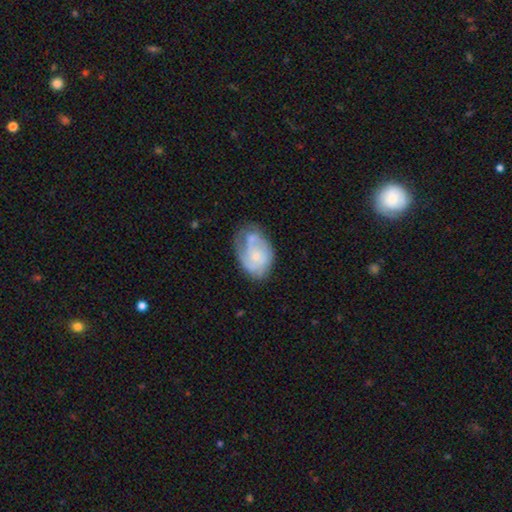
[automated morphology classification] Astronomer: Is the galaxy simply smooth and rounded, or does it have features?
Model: featured or disk — 66%.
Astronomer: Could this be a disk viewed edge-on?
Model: no — 97%.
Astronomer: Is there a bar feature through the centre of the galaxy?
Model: no — 76%.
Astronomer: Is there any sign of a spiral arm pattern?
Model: yes — 82%.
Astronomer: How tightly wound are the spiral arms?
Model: tight — 48% (runner-up: medium, 37%).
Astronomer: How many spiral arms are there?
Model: can't tell — 34%, tied with 2 at 34%.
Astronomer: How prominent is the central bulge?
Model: small — 63%.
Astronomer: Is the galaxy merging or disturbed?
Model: none — 50% (runner-up: minor disturbance, 31%).